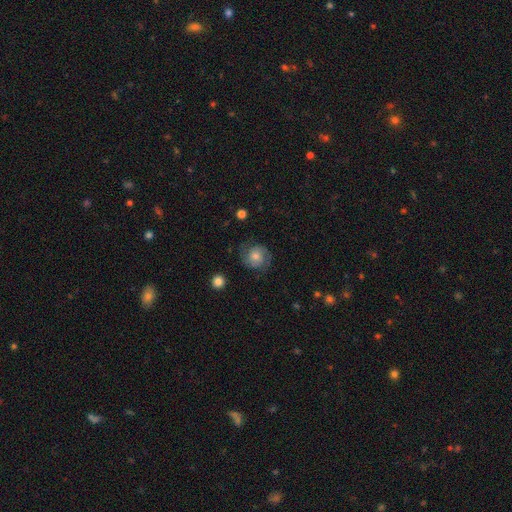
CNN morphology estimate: A featured or disk galaxy (58%) with no bar (76%), 2 (79%) tight (46%) spiral arms (90%) and a moderate central bulge (54%). Merging: none (75%).